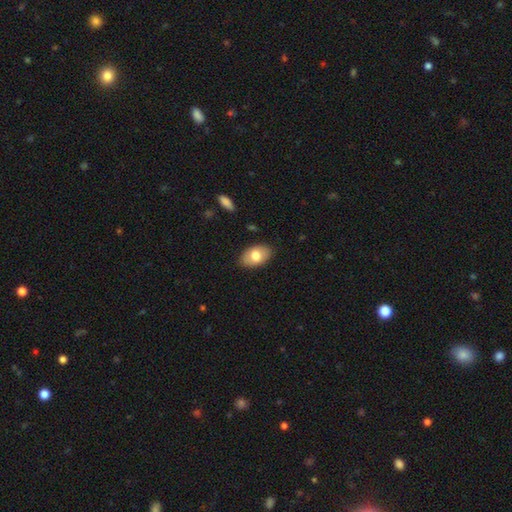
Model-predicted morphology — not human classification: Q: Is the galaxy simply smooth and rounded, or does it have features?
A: smooth — 76%.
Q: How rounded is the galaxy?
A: in between — 91%.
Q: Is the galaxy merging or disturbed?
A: none — 86%.